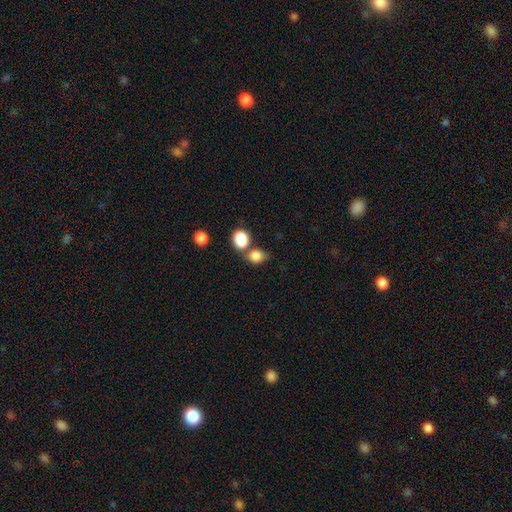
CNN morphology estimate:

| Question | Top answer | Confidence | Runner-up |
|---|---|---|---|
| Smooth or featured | smooth | 84% | star or artifact (9%) |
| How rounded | in between | 51% | round (48%) |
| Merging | none | 44% | merger (41%) |